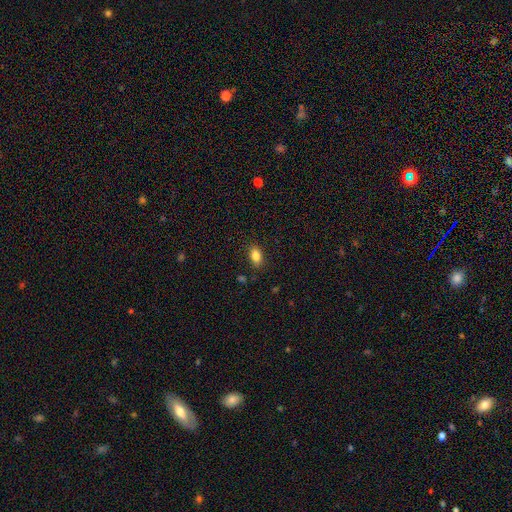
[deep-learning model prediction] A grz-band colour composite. It shows a smooth galaxy with no disk features (85%) that is in between round and cigar-shaped (86%). Merging: none (86%).